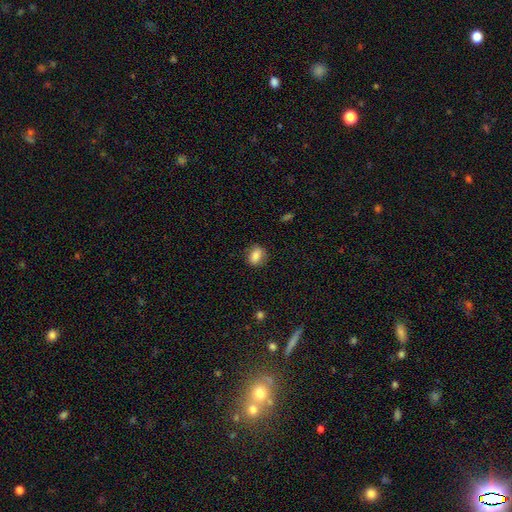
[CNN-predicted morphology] The model was most divided on "how rounded": in between: 58%, round: 39%, cigar-shaped: 3%. More confident: smooth or featured — smooth (83%); merging — none (82%).